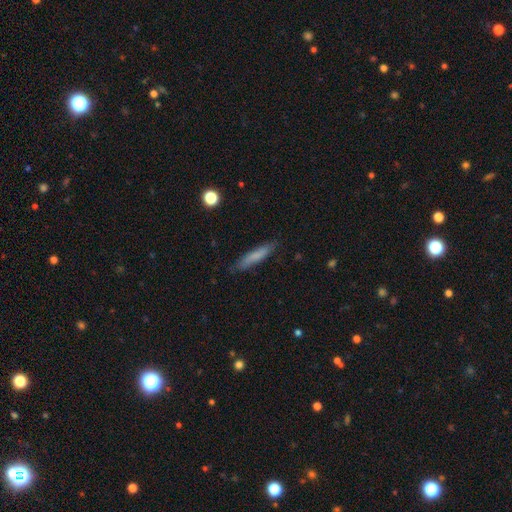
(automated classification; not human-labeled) smooth_or_featured: smooth (p=0.75) [alt: featured or disk p=0.18]
how_rounded: cigar-shaped (p=0.88) [alt: in between p=0.11]
merging: none (p=0.84) [alt: minor disturbance p=0.12]